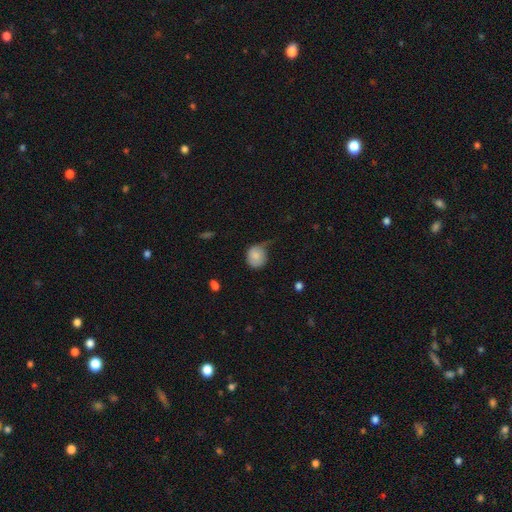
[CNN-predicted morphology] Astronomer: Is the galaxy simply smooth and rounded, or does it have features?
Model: smooth — 81%.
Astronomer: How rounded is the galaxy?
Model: round — 71%.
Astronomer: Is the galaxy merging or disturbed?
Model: minor disturbance — 41% (runner-up: none, 35%).